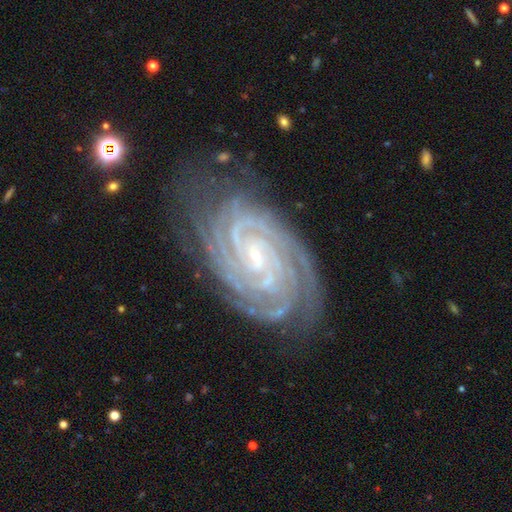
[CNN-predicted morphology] featured or disk 92%, star or artifact 5%, smooth 3%. Down the decision tree: edge-on disk — no (97%); bar — no (46%); spiral arms — yes (99%); spiral arm count — 4 (27%); spiral winding — tight (84%); bulge size — small (83%); merging — none (75%).